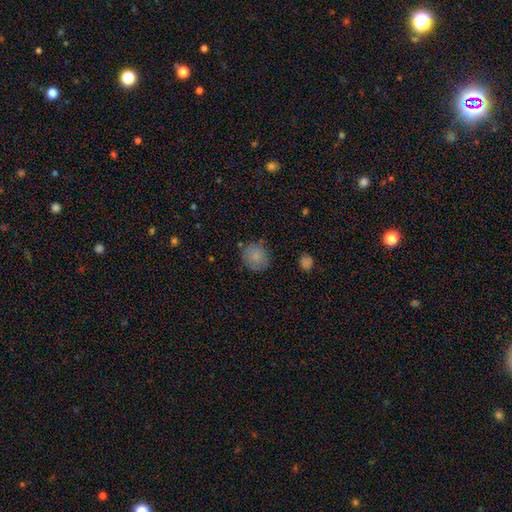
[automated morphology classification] smooth 83%, star or artifact 9%, featured or disk 8%. Down the decision tree: how rounded — round (85%); merging — none (80%).